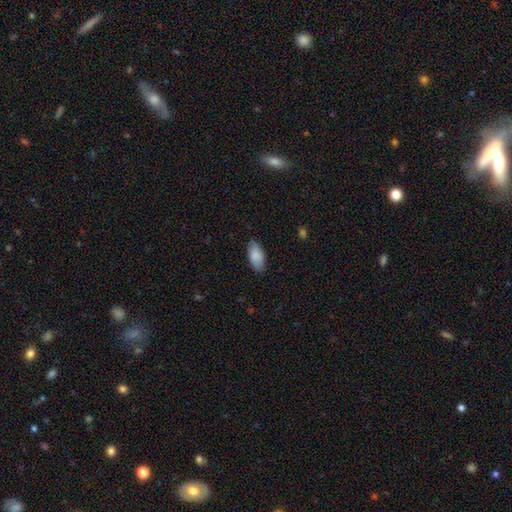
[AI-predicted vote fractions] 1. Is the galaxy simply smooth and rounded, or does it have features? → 86% smooth, 8% featured or disk, 6% star or artifact.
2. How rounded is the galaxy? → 92% in between, 6% cigar-shaped, 2% round.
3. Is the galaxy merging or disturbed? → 81% none, 15% minor disturbance, 3% major disturbance, 1% merger.